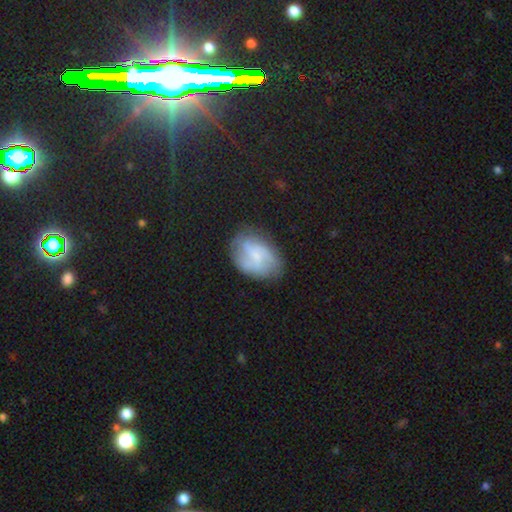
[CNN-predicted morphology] A featured or disk galaxy (54%) with no bar (48%), spiral arms (82%) and a small central bulge (49%). Merging: none (66%).